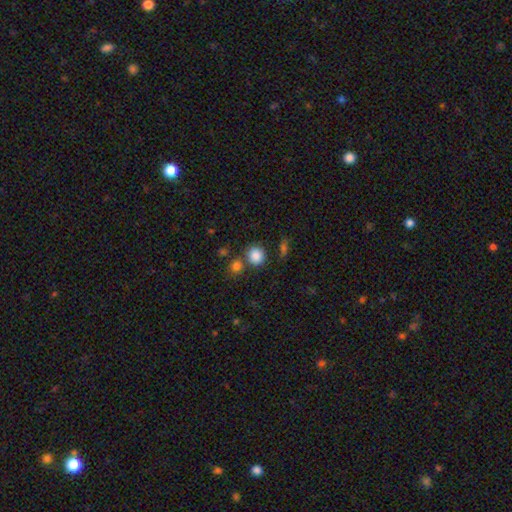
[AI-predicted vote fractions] This is clearly a smooth galaxy (85%). How rounded: clearly round (85%). Merging: likely none (73%).